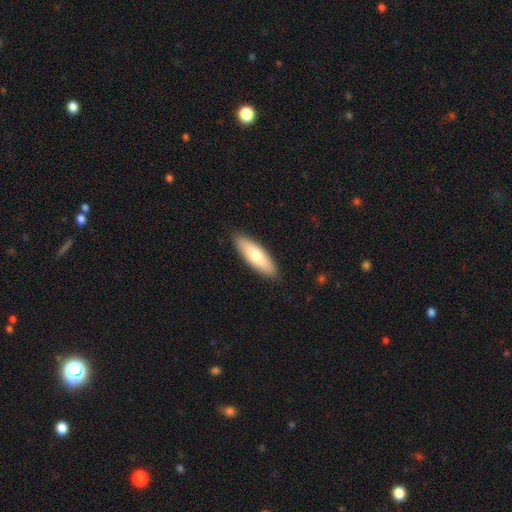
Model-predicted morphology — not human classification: A smooth galaxy with no disk features (71%) that is in between round and cigar-shaped (50%).

Vote fractions:
- Smooth or featured? smooth: 71% / featured or disk: 24% / star or artifact: 5%
- How rounded? in between: 50% / cigar-shaped: 48% / round: 2%
- Merging? none: 88% / minor disturbance: 9% / major disturbance: 2% / merger: 1%